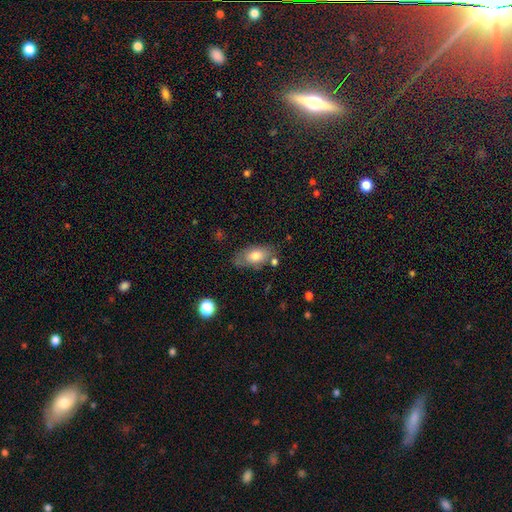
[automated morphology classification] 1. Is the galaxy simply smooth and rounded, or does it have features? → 73% smooth, 20% featured or disk, 7% star or artifact.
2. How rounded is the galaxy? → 90% in between, 5% cigar-shaped, 5% round.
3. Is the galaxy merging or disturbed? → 70% none, 20% minor disturbance, 5% merger, 5% major disturbance.